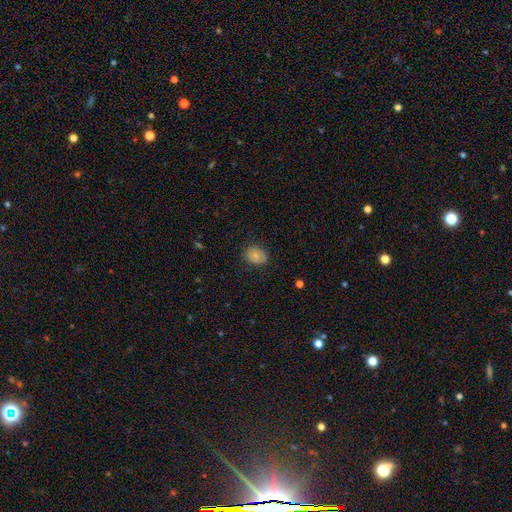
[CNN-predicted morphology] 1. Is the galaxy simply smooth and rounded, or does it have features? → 80% smooth, 10% featured or disk, 9% star or artifact.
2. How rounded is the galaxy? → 56% round, 43% in between, 1% cigar-shaped.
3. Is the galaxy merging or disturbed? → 78% none, 16% minor disturbance, 4% major disturbance, 1% merger.